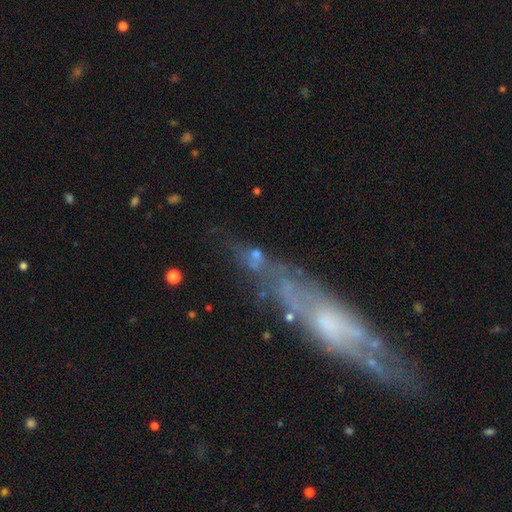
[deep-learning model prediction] A smooth galaxy with no disk features (39%). Merging: none (44%).